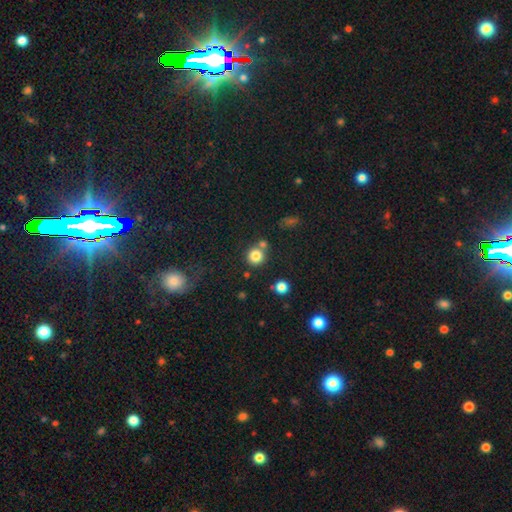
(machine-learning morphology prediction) The model was most divided on "merging": none: 69%, merger: 19%, minor disturbance: 9%, major disturbance: 3%. More confident: how rounded — round (91%); smooth or featured — smooth (81%).